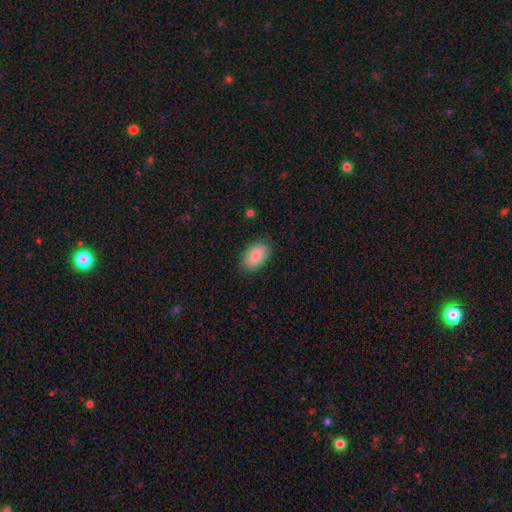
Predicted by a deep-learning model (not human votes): Smooth or featured: smooth — 87% (star or artifact — 7%)
How rounded: in between — 93% (round — 6%)
Merging: none — 84% (minor disturbance — 12%)